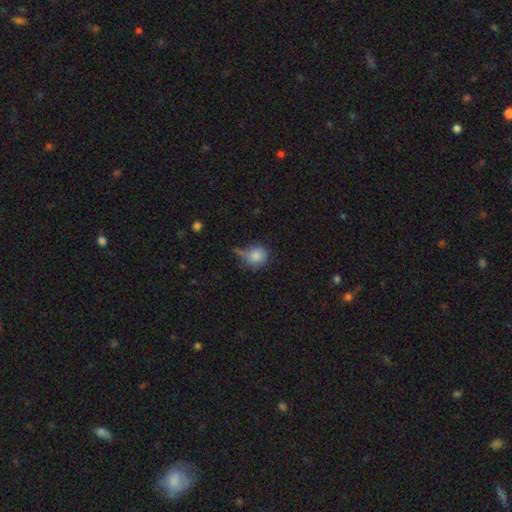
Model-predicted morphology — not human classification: Smooth or featured? Predicted: smooth (p=0.83). How rounded? Predicted: round (p=0.83). Merging? Predicted: none (p=0.47).